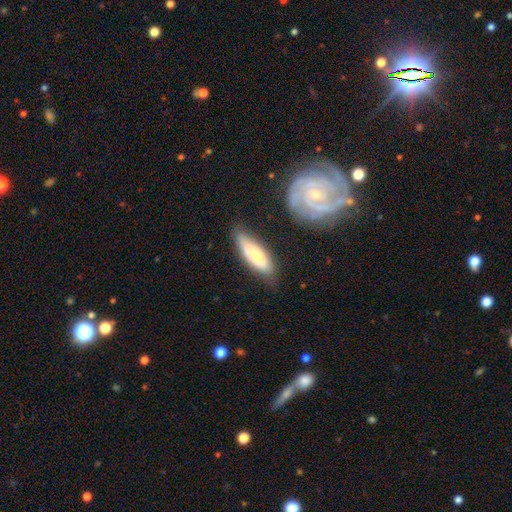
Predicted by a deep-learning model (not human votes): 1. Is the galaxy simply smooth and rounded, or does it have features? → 58% smooth, 36% featured or disk, 6% star or artifact.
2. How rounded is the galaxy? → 54% in between, 44% cigar-shaped, 2% round.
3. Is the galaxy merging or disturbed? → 70% none, 21% minor disturbance, 5% major disturbance, 5% merger.